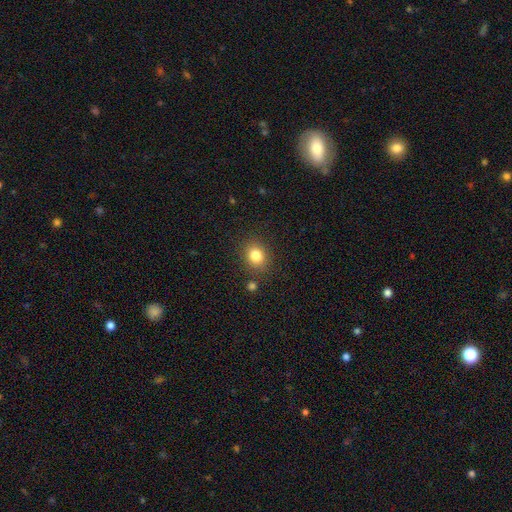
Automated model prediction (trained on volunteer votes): Morphology: type=smooth (82%); roundness=round (66%); merging=none (84%).